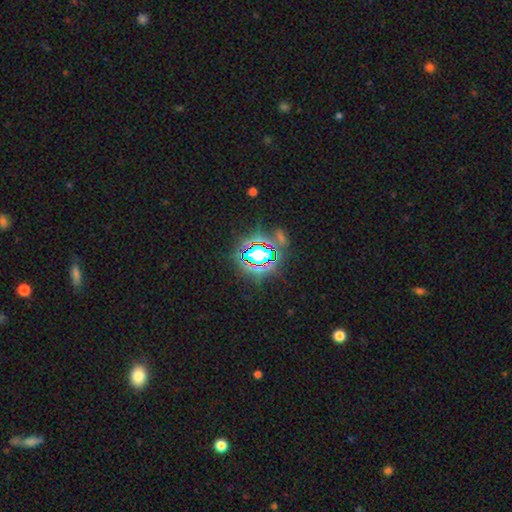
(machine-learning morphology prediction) This is likely a star or artifact rather than a galaxy (79%).